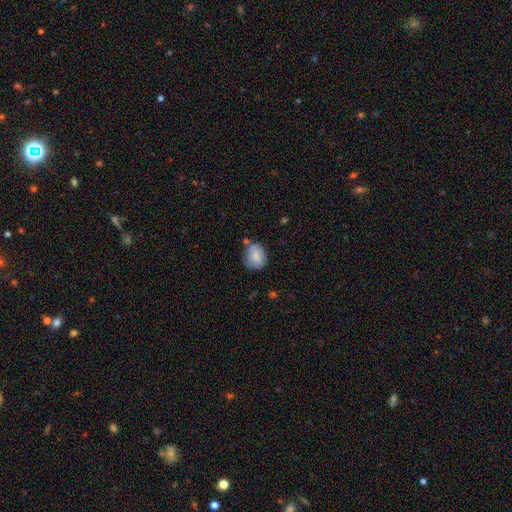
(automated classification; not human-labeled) The model was most divided on "how rounded": round: 57%, in between: 42%, cigar-shaped: 1%. More confident: smooth or featured — smooth (83%); merging — none (56%).